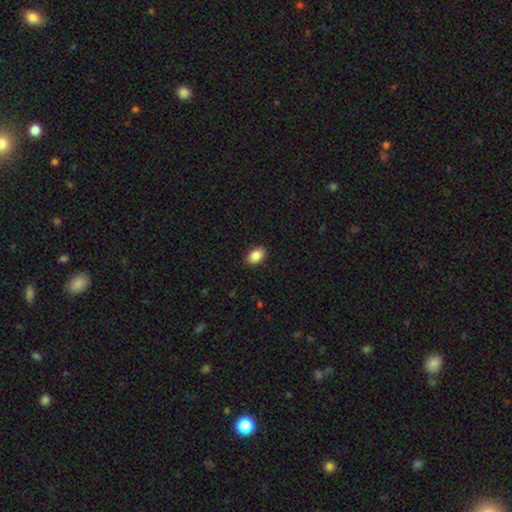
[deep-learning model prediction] Overall: smooth (87%). How rounded: in between (88%). Merging: none (90%).